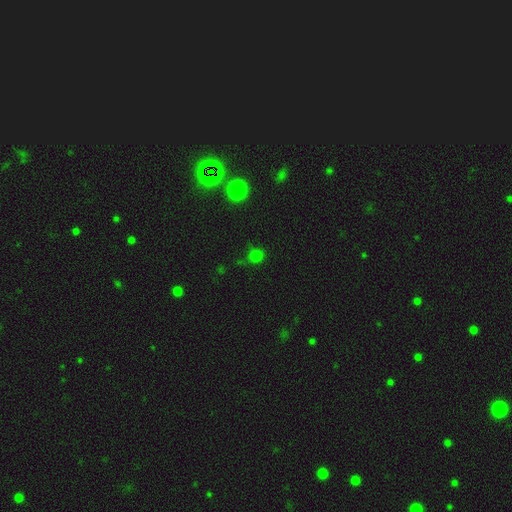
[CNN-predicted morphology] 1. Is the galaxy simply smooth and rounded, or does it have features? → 72% smooth, 23% star or artifact, 5% featured or disk.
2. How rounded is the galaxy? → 90% round, 9% in between, 1% cigar-shaped.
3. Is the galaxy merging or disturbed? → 79% none, 13% minor disturbance, 4% major disturbance, 4% merger.